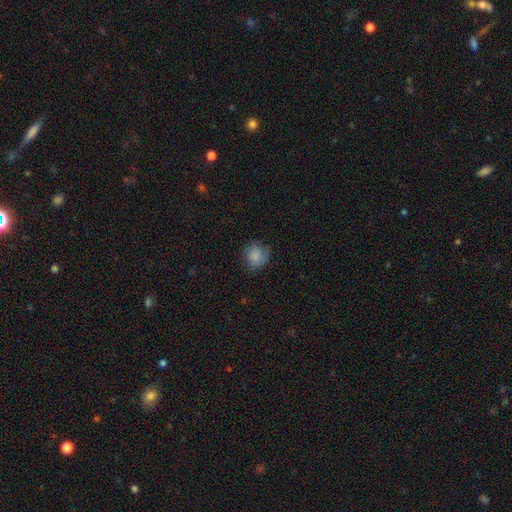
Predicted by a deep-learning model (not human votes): Morphology: type=smooth (83%); roundness=round (81%); merging=none (70%).